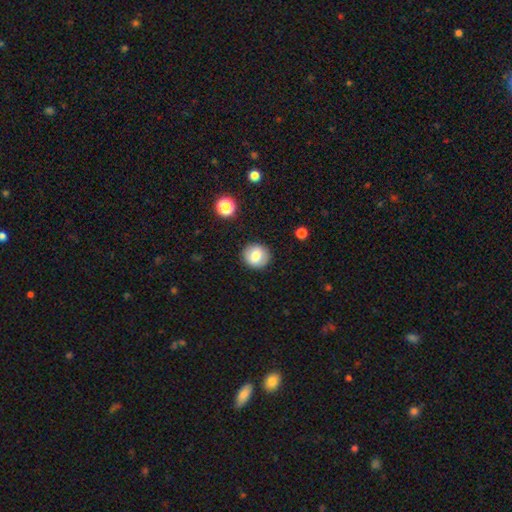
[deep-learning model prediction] smooth-or-featured: smooth: 77% | featured or disk: 14% | star or artifact: 9%
  how-rounded: round: 88% | in between: 11% | cigar-shaped: 1%
  merging: none: 89% | minor disturbance: 7% | major disturbance: 2% | merger: 1%